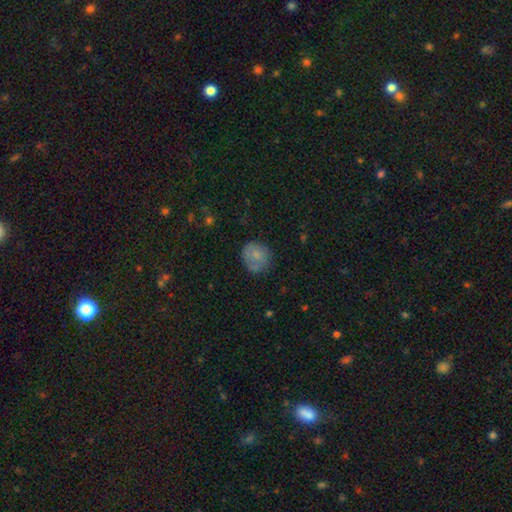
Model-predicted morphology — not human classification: Smooth or featured?
  - smooth: 72% *
  - featured or disk: 19%
  - star or artifact: 9%
How rounded?
  - round: 78% *
  - in between: 21%
  - cigar-shaped: 1%
Merging?
  - none: 67% *
  - minor disturbance: 22%
  - major disturbance: 9%
  - merger: 2%